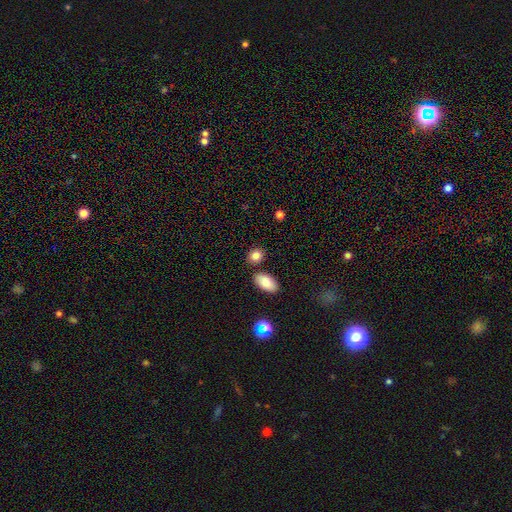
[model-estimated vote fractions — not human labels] The model was most divided on "how rounded": in between: 62%, round: 36%, cigar-shaped: 2%. More confident: smooth or featured — smooth (85%); merging — none (76%).